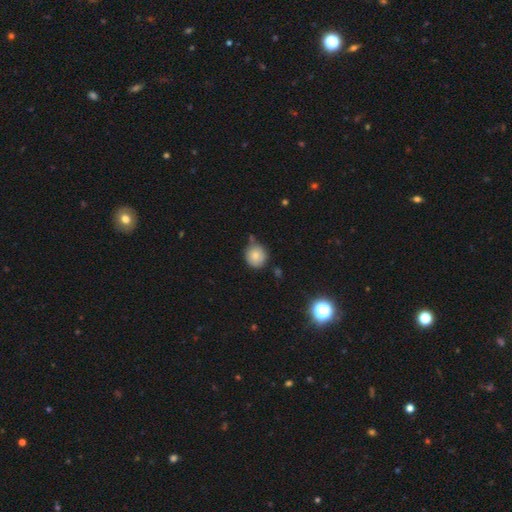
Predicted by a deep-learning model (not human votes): A smooth galaxy with no disk features (81%) that is round (88%). Merging: none (65%).